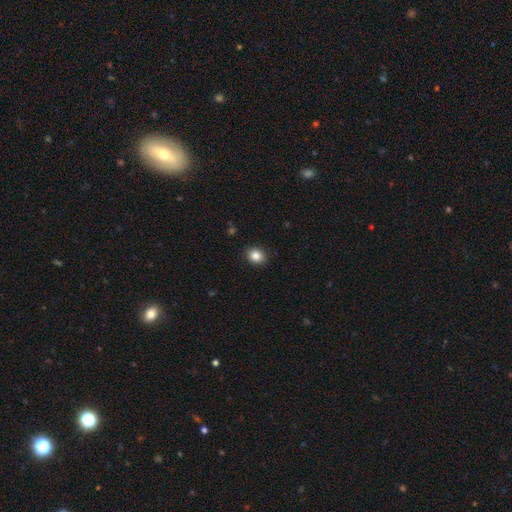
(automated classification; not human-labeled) Smooth or featured?
  - smooth: 84% *
  - star or artifact: 10%
  - featured or disk: 6%
How rounded?
  - round: 65% *
  - in between: 34%
  - cigar-shaped: 1%
Merging?
  - none: 91% *
  - minor disturbance: 6%
  - major disturbance: 2%
  - merger: 1%